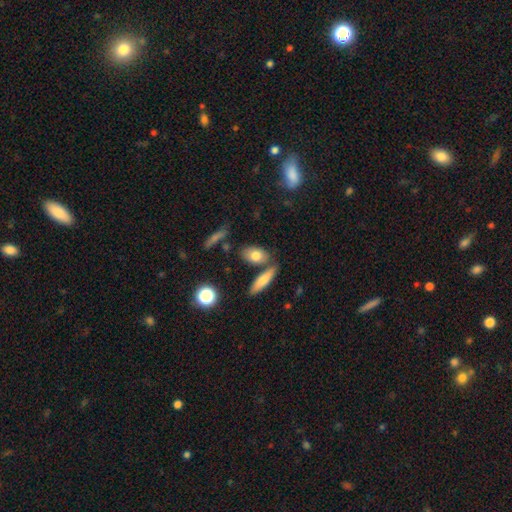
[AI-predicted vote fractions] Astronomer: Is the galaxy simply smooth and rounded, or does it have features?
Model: smooth — 78%.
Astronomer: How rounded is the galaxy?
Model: in between — 82%.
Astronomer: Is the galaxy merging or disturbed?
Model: none — 70%.